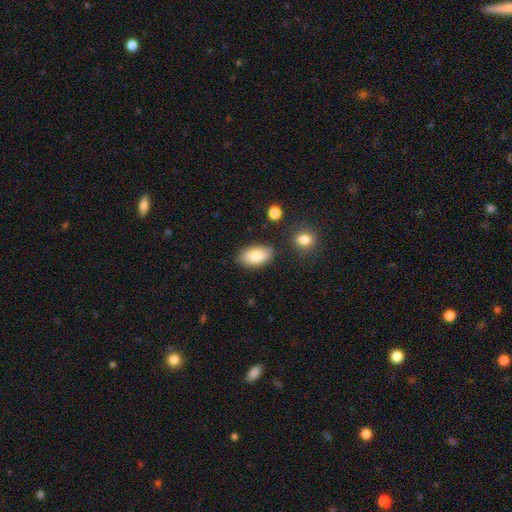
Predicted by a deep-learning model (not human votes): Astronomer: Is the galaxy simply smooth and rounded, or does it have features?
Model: smooth — 84%.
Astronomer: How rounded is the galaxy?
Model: in between — 93%.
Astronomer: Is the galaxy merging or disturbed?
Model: none — 82%.